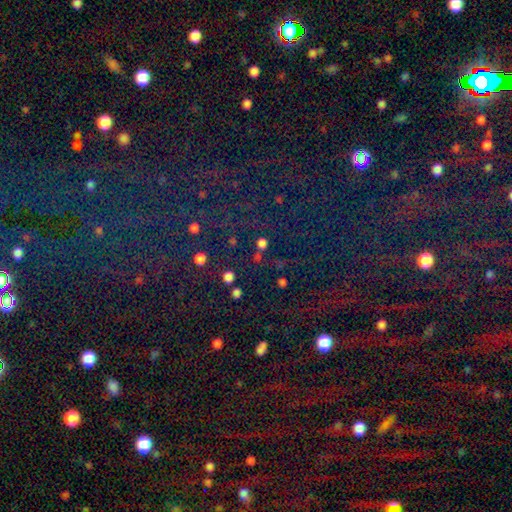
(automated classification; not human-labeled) A star or artifact, not a galaxy (79%).